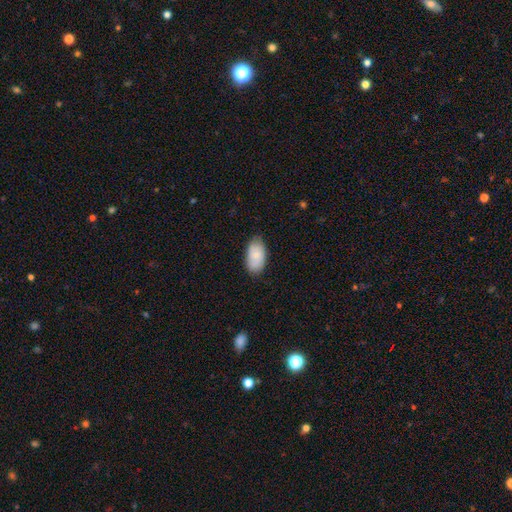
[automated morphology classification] This is clearly a smooth galaxy (81%). How rounded: clearly in between (95%). Merging: likely none (77%).